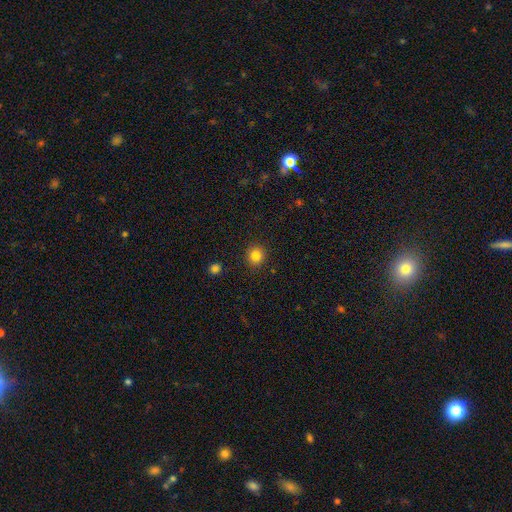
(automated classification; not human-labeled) Smooth or featured? smooth (83%)
How rounded? round (89%)
Merging? none (90%)